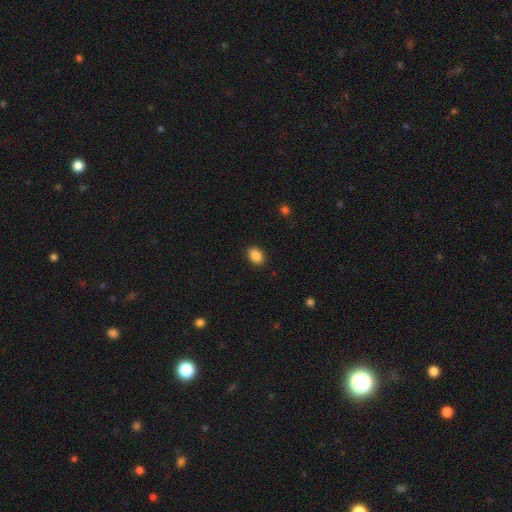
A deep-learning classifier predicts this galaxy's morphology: Overall: smooth (89%). How rounded: in between (80%). Merging: none (90%).